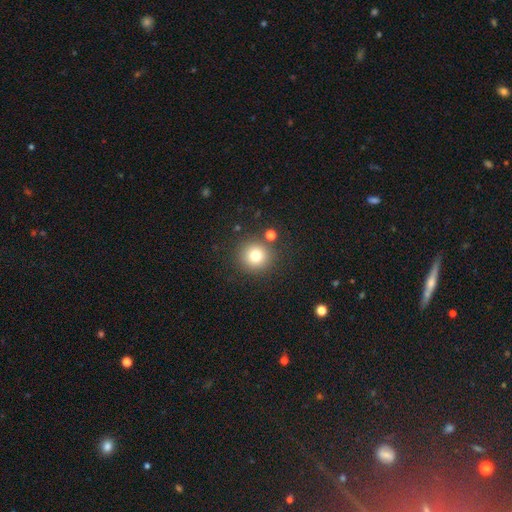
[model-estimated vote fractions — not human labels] The model was most divided on "smooth or featured": smooth: 77%, star or artifact: 14%, featured or disk: 9%. More confident: how rounded — round (94%); merging — none (84%).